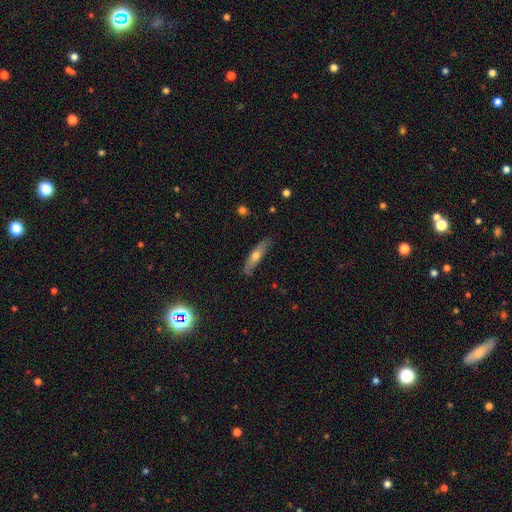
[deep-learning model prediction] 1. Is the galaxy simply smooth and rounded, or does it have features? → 50% smooth, 43% featured or disk, 8% star or artifact.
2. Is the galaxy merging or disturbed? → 84% none, 13% minor disturbance, 2% major disturbance, 1% merger.